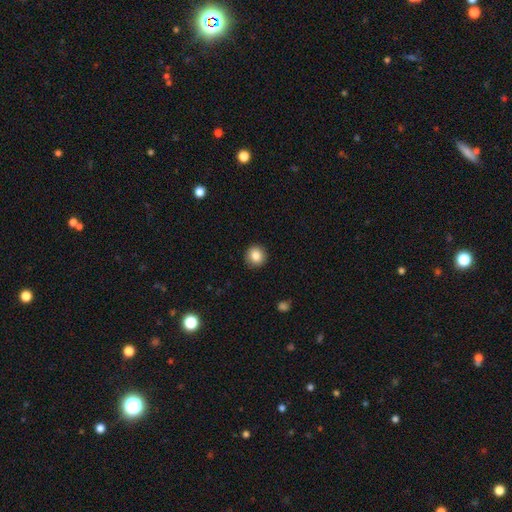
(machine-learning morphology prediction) Q: Smooth or featured?
A: smooth (85%); runner-up: star or artifact (9%)
Q: How rounded?
A: round (93%); runner-up: in between (6%)
Q: Merging?
A: none (92%); runner-up: minor disturbance (6%)